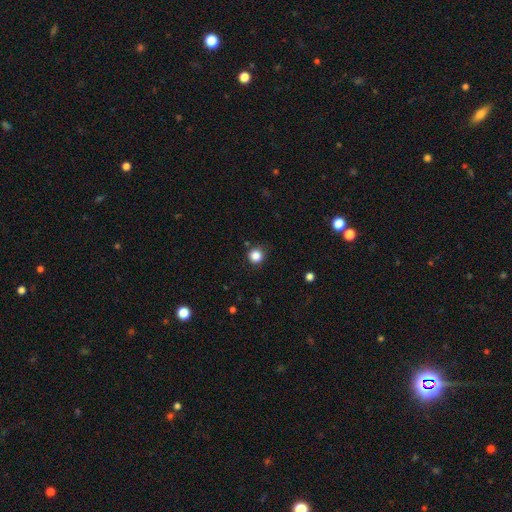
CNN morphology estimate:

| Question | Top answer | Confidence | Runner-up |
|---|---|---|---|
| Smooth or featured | smooth | 85% | star or artifact (12%) |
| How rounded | round | 94% | in between (5%) |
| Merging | none | 86% | minor disturbance (10%) |